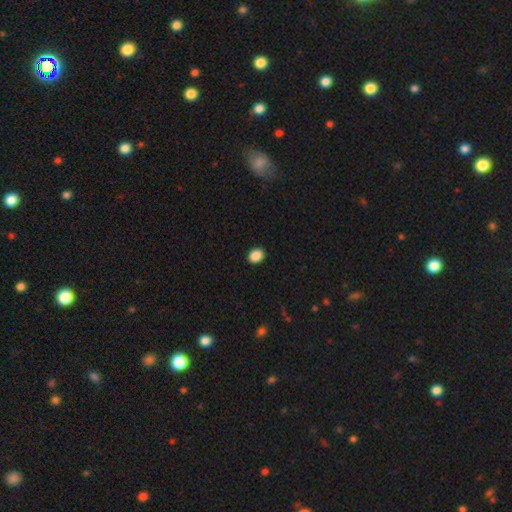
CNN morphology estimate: Smooth or featured?
  - smooth: 89% *
  - star or artifact: 8%
  - featured or disk: 3%
How rounded?
  - in between: 57% *
  - round: 42%
  - cigar-shaped: 1%
Merging?
  - none: 91% *
  - minor disturbance: 6%
  - major disturbance: 2%
  - merger: 1%